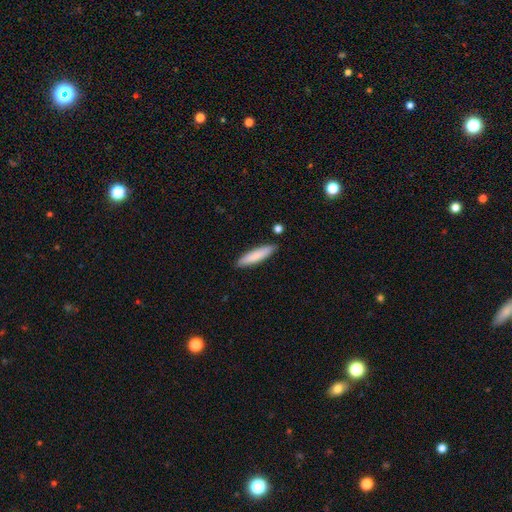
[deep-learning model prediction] Smooth or featured?
  - smooth: 82% *
  - featured or disk: 13%
  - star or artifact: 5%
How rounded?
  - cigar-shaped: 83% *
  - in between: 16%
  - round: 1%
Merging?
  - none: 87% *
  - minor disturbance: 9%
  - merger: 2%
  - major disturbance: 2%